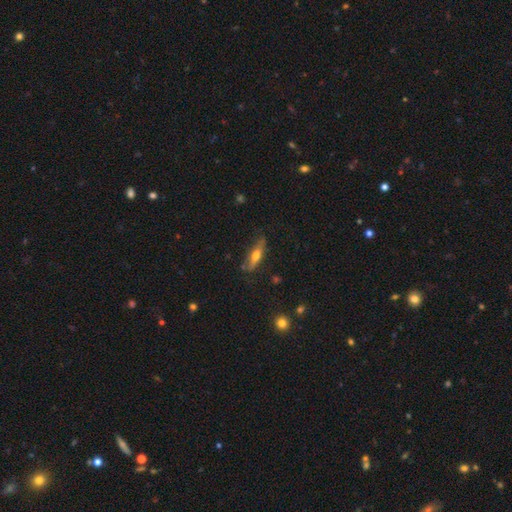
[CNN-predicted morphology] type=featured or disk (48%); merging=none (72%).